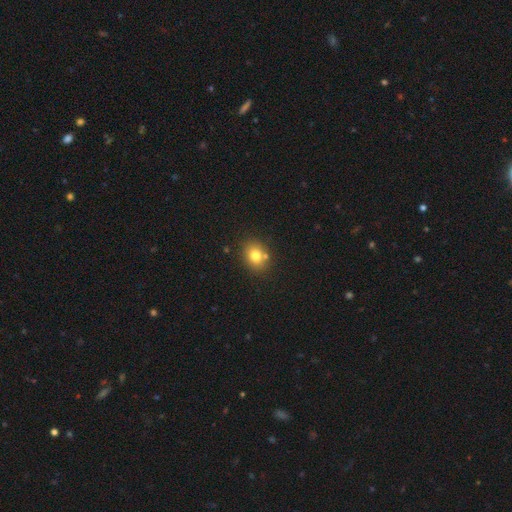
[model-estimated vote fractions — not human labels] smooth_or_featured: smooth (p=0.77) [alt: star or artifact p=0.13]
how_rounded: round (p=0.60) [alt: in between p=0.39]
merging: none (p=0.74) [alt: merger p=0.12]